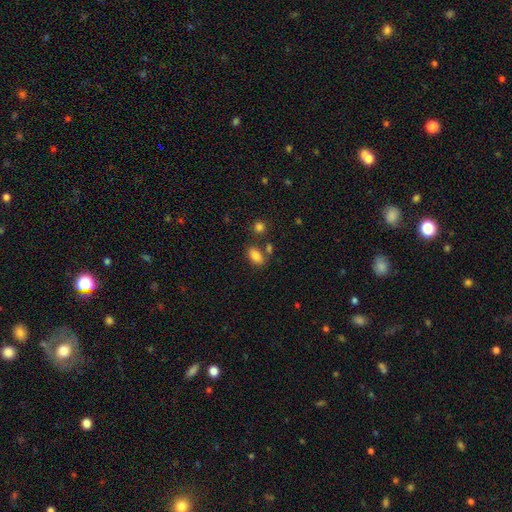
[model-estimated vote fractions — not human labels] smooth 84%, star or artifact 10%, featured or disk 7%. Down the decision tree: how rounded — in between (87%); merging — none (70%).